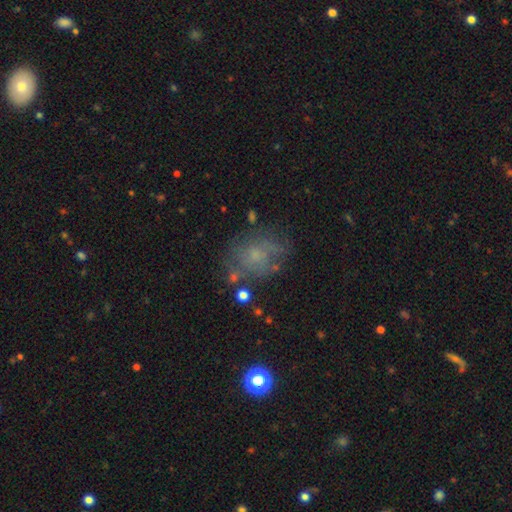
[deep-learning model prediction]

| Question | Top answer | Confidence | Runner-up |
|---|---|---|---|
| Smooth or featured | smooth | 45% | featured or disk (38%) |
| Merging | none | 57% | minor disturbance (22%) |